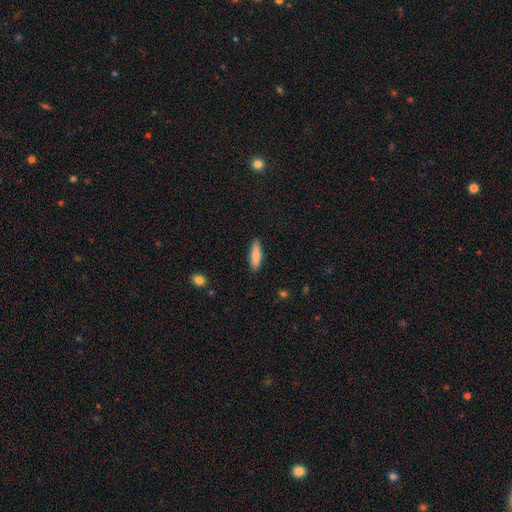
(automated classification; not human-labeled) Smooth or featured? Predicted: smooth (p=0.84). How rounded? Predicted: cigar-shaped (p=0.56). Merging? Predicted: none (p=0.87).